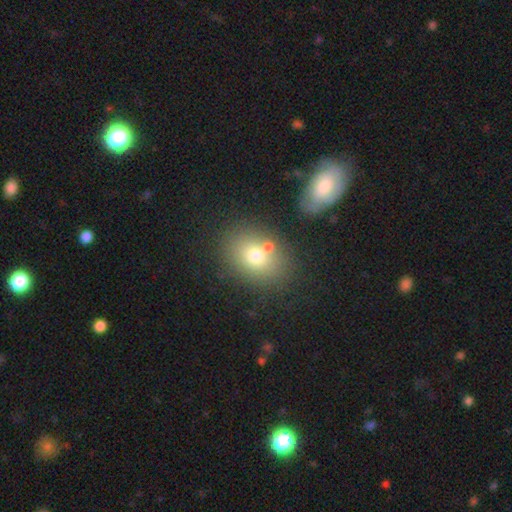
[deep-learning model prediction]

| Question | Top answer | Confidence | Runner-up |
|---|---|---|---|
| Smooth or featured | smooth | 72% | featured or disk (16%) |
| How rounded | in between | 58% | round (41%) |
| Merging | none | 67% | merger (17%) |